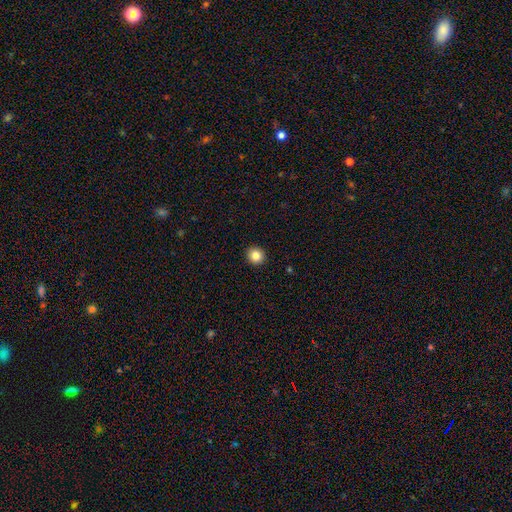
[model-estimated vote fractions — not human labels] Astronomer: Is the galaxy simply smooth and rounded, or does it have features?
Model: smooth — 84%.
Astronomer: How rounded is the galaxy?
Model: round — 89%.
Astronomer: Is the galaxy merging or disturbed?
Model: none — 93%.